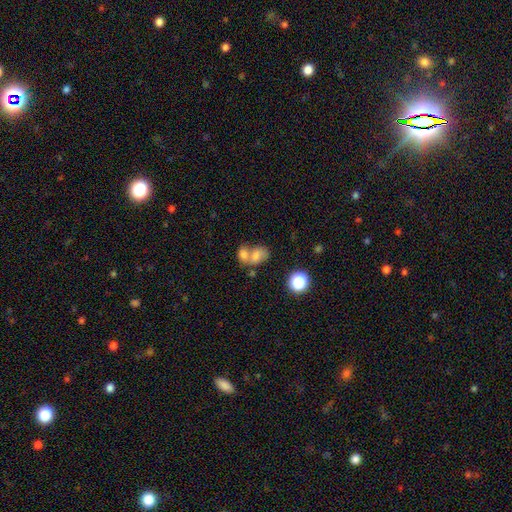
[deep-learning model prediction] Smooth or featured: smooth — 70% (featured or disk — 18%)
How rounded: in between — 67% (round — 32%)
Merging: merger — 65% (none — 22%)